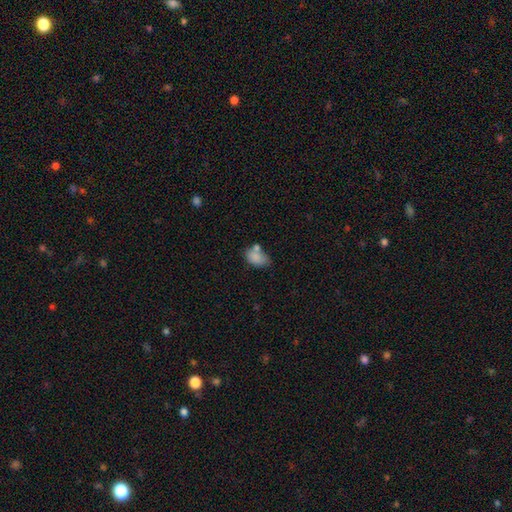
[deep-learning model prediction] Smooth or featured? smooth (80%)
How rounded? in between (84%)
Merging? none (39%)